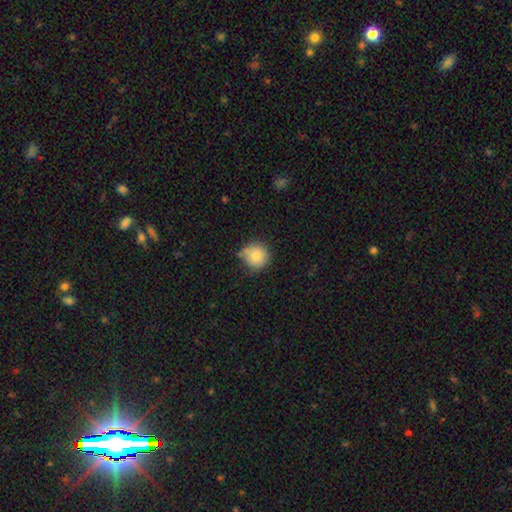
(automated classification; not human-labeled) Smooth or featured?
  - smooth: 82% *
  - star or artifact: 9%
  - featured or disk: 9%
How rounded?
  - round: 93% *
  - in between: 6%
  - cigar-shaped: 1%
Merging?
  - none: 67% *
  - minor disturbance: 23%
  - merger: 5%
  - major disturbance: 5%